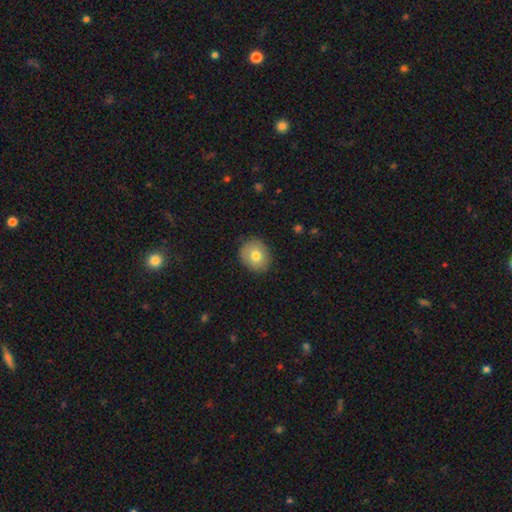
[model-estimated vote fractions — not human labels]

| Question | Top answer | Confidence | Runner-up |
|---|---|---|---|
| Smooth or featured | smooth | 75% | featured or disk (17%) |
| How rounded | round | 67% | in between (32%) |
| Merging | none | 85% | minor disturbance (12%) |